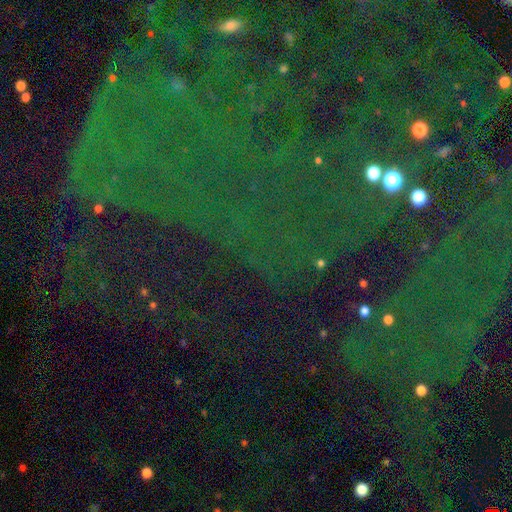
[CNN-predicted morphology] Smooth or featured? Predicted: star or artifact (p=0.81).